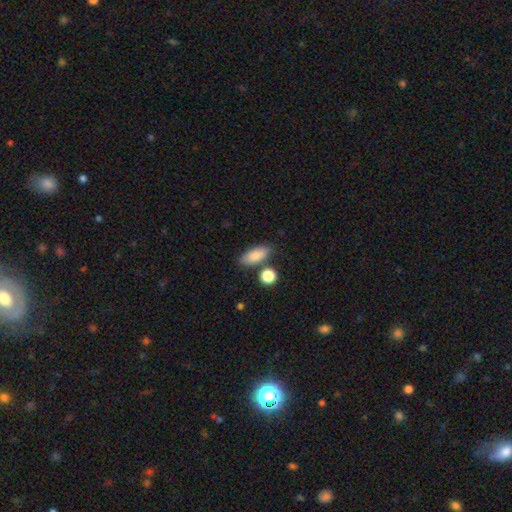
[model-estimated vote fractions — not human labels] smooth-or-featured: smooth: 85% | star or artifact: 7% | featured or disk: 7%
  how-rounded: in between: 79% | cigar-shaped: 16% | round: 5%
  merging: none: 76% | minor disturbance: 12% | merger: 8% | major disturbance: 3%